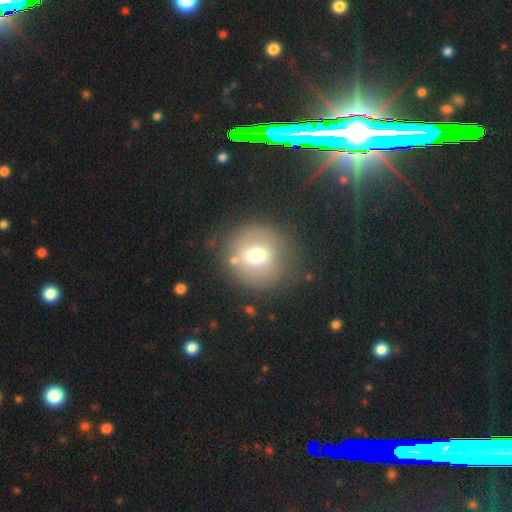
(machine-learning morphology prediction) Smooth or featured? Predicted: smooth (p=0.63). How rounded? Predicted: round (p=0.92). Merging? Predicted: none (p=0.75).